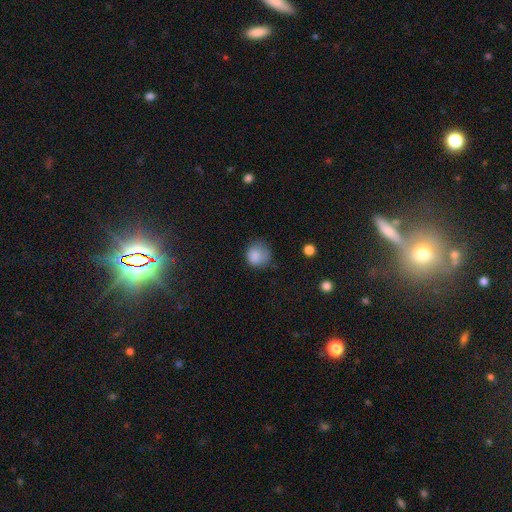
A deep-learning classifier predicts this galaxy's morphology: This is clearly a smooth galaxy (85%). How rounded: clearly round (84%). Merging: possibly none (58%).